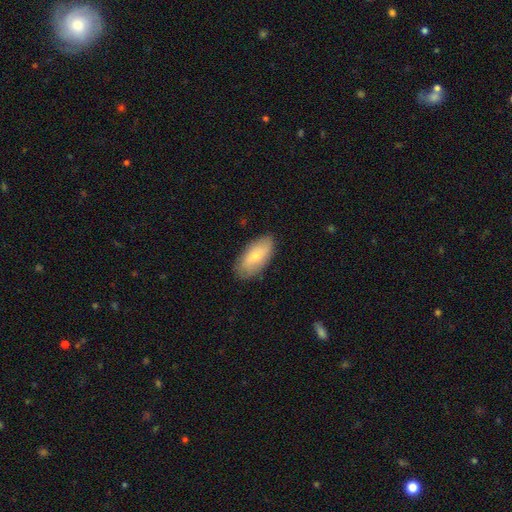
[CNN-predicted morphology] This appears to be a smooth galaxy with no disk features (70%) that is in between round and cigar-shaped (91%). Merging: none (84%).